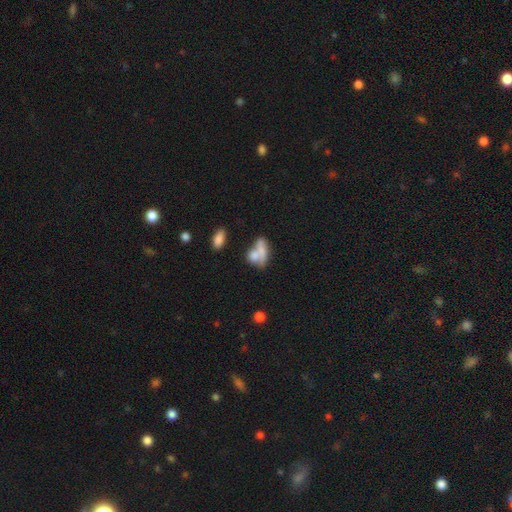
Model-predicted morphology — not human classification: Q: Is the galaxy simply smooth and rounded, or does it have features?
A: smooth — 68%.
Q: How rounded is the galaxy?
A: in between — 67%.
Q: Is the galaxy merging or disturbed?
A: merger — 47%.